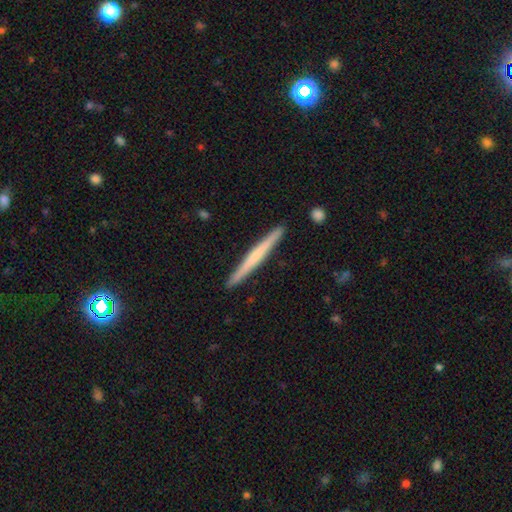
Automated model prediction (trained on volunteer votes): Smooth or featured: smooth — 48% (featured or disk — 47%)
Merging: none — 92% (minor disturbance — 6%)